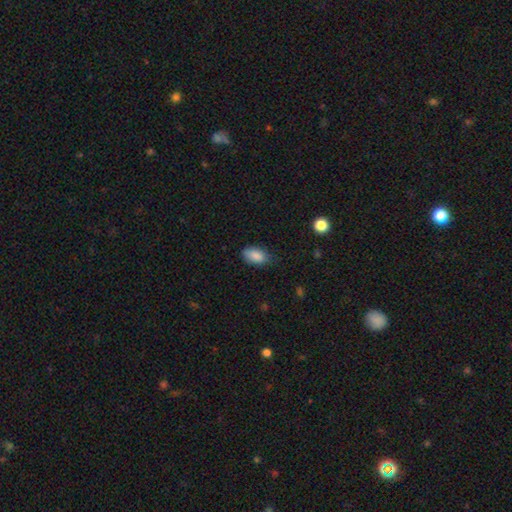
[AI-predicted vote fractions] Q: Smooth or featured?
A: smooth (87%); runner-up: star or artifact (7%)
Q: How rounded?
A: in between (92%); runner-up: round (4%)
Q: Merging?
A: none (71%); runner-up: minor disturbance (23%)